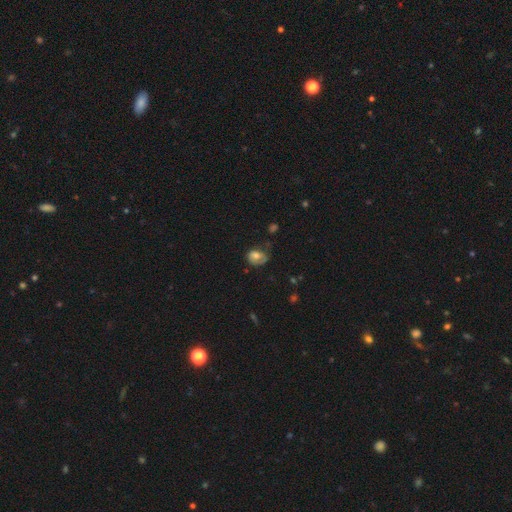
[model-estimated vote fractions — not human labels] Smooth or featured? smooth (66%)
How rounded? in between (59%)
Merging? none (45%)